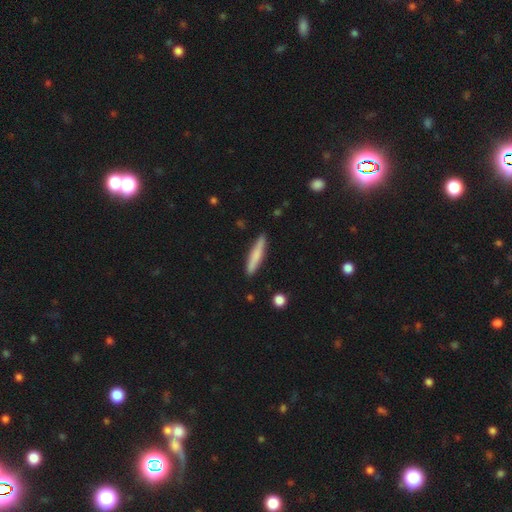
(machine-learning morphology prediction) type=smooth (71%); roundness=cigar-shaped (91%); merging=none (89%).